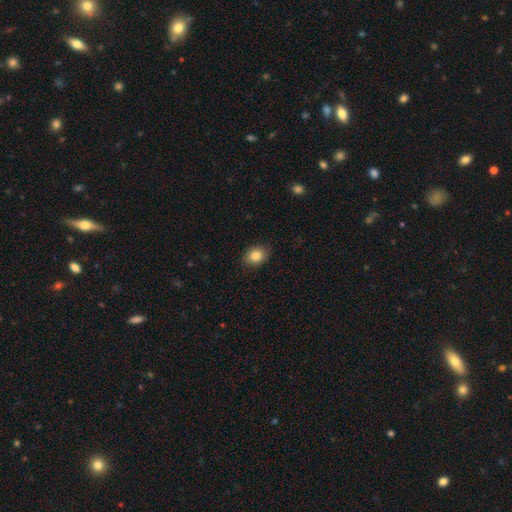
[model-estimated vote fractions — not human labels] Q: Smooth or featured?
A: smooth (84%); runner-up: star or artifact (9%)
Q: How rounded?
A: in between (58%); runner-up: round (41%)
Q: Merging?
A: none (88%); runner-up: minor disturbance (9%)